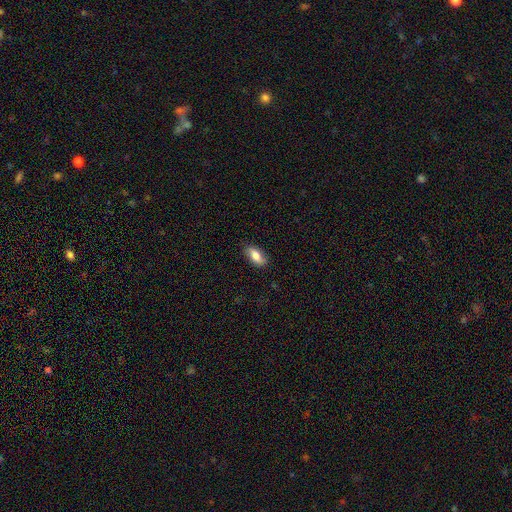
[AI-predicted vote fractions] Smooth or featured?
  - smooth: 74% *
  - featured or disk: 19%
  - star or artifact: 7%
How rounded?
  - in between: 87% *
  - cigar-shaped: 10%
  - round: 4%
Merging?
  - none: 81% *
  - minor disturbance: 15%
  - major disturbance: 3%
  - merger: 1%